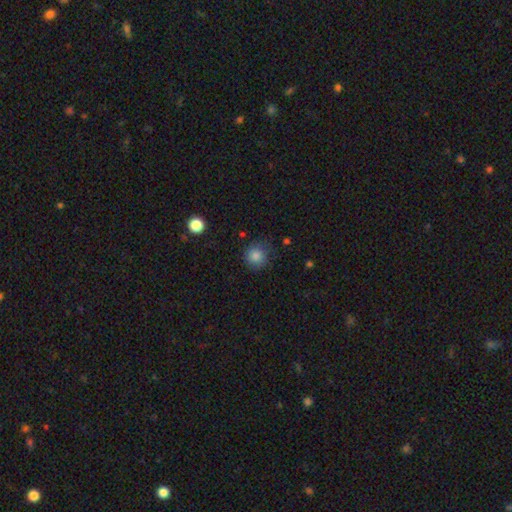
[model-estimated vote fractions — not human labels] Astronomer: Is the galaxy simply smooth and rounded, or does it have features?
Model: smooth — 85%.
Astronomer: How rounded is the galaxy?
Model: round — 91%.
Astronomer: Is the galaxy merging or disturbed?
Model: none — 77%.